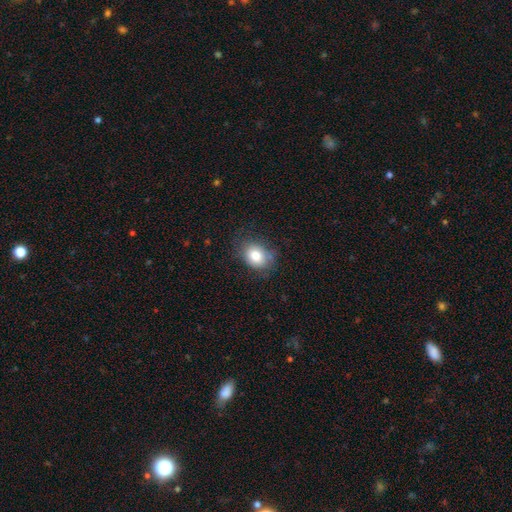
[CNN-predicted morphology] The model was most divided on "how rounded": in between: 53%, round: 46%, cigar-shaped: 1%. More confident: smooth or featured — smooth (79%); merging — none (74%).